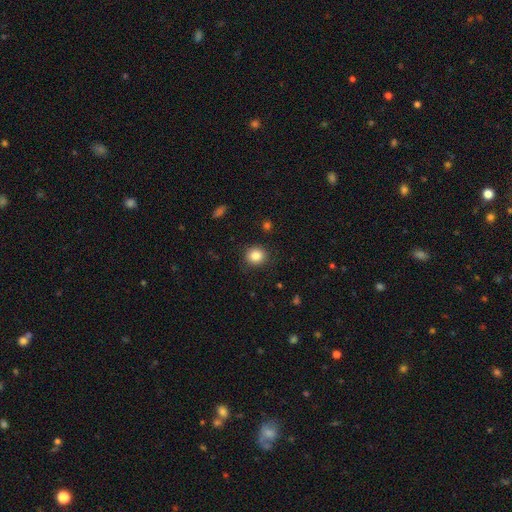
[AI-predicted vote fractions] Q: Smooth or featured?
A: smooth (85%); runner-up: star or artifact (10%)
Q: How rounded?
A: round (87%); runner-up: in between (12%)
Q: Merging?
A: none (89%); runner-up: minor disturbance (7%)